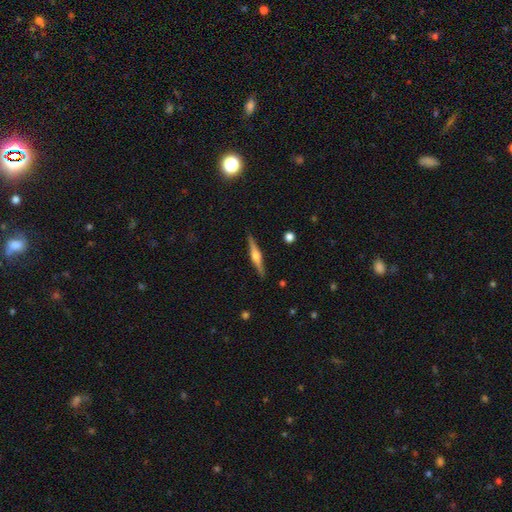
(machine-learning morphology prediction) Smooth or featured? featured or disk (75%)
Edge-on disk? yes (98%)
Edge-on bulge? rounded (86%)
Merging? none (90%)